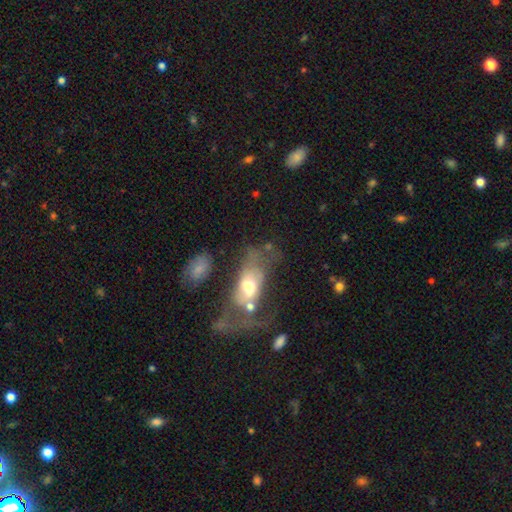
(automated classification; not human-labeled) This appears to be a featured or disk galaxy (56%). Merging: none (30%).